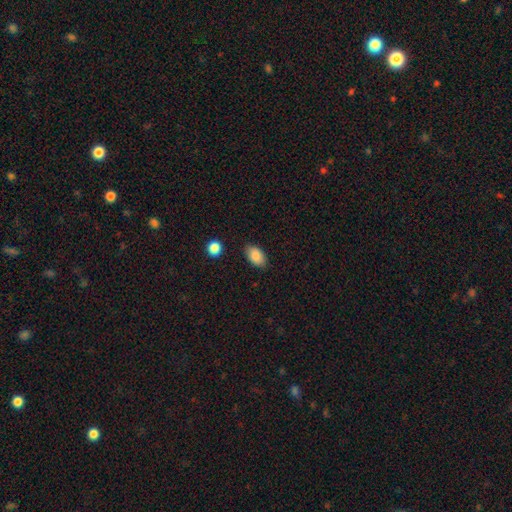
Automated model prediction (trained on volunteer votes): Morphology: type=smooth (86%); roundness=in between (91%); merging=none (84%).